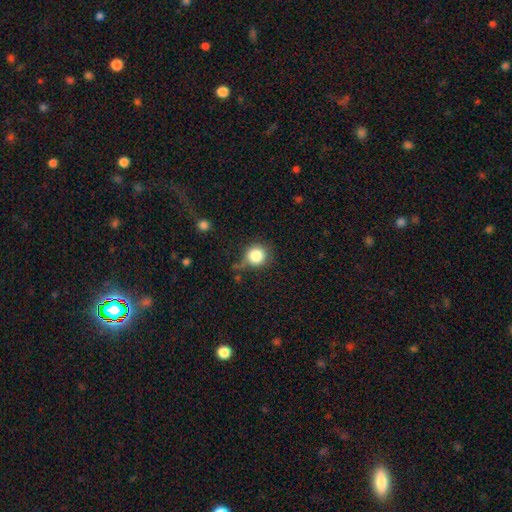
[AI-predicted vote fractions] Overall: smooth (84%). How rounded: round (89%). Merging: none (57%; minor disturbance 27%).